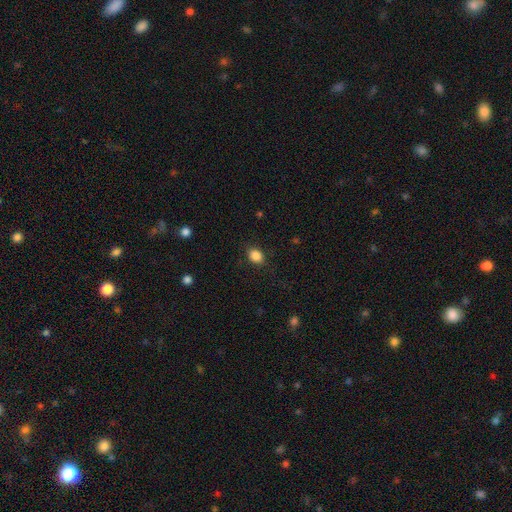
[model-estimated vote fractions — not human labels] Smooth or featured? smooth (86%)
How rounded? in between (65%)
Merging? none (85%)